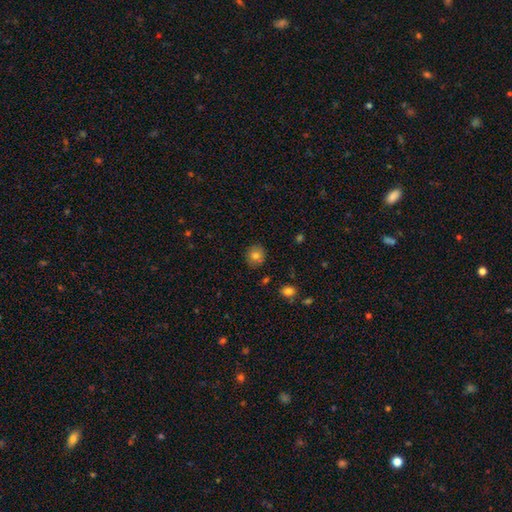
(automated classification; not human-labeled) This appears to be a smooth galaxy with no disk features (80%) that is round (83%). Merging: none (87%).